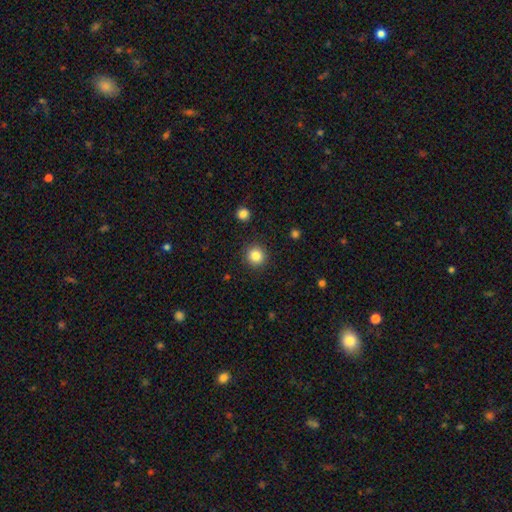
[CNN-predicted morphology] The model was most divided on "smooth or featured": smooth: 84%, star or artifact: 11%, featured or disk: 5%. More confident: how rounded — round (94%); merging — none (91%).